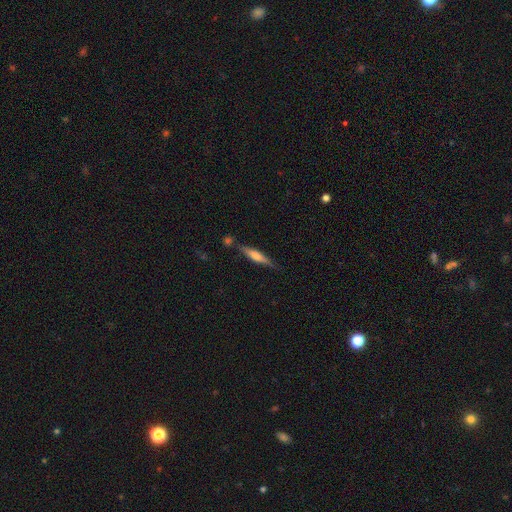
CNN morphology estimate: This is possibly a featured or disk galaxy (55%). It is clearly viewed edge-on (96%). Edge-on bulge: likely rounded (61%). Merging: likely none (77%).